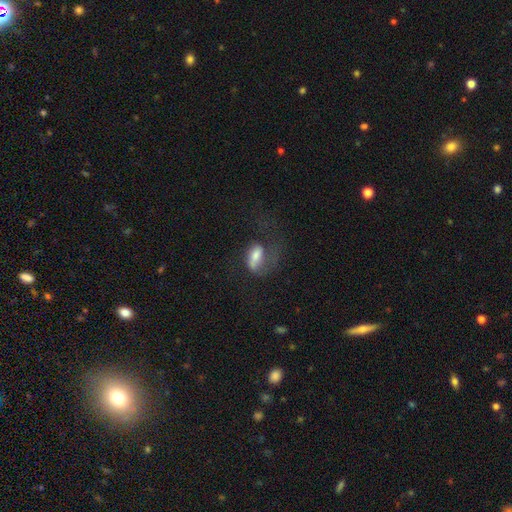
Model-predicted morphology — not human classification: smooth 53%, featured or disk 38%, star or artifact 10%. Down the decision tree: how rounded — in between (81%); merging — major disturbance (49%).